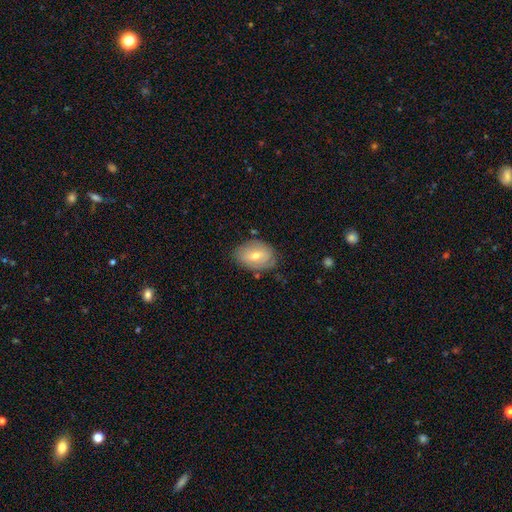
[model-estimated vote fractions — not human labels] Smooth or featured: smooth — 54% (featured or disk — 39%)
How rounded: in between — 80% (round — 19%)
Merging: none — 73% (minor disturbance — 20%)